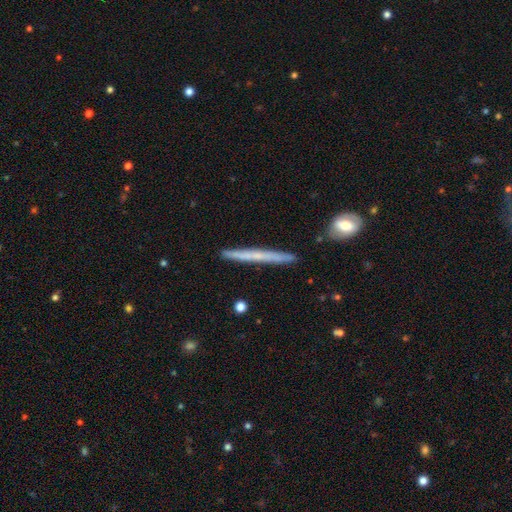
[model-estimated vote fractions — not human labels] Smooth or featured?
  - smooth: 47% *
  - featured or disk: 46%
  - star or artifact: 6%
Merging?
  - none: 87% *
  - minor disturbance: 10%
  - merger: 2%
  - major disturbance: 2%